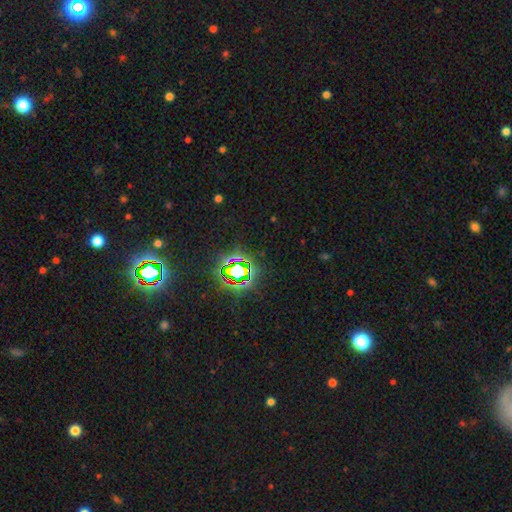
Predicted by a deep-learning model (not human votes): A star or artifact, not a galaxy (81%).

Vote fractions:
- Smooth or featured? star or artifact: 81% / smooth: 12% / featured or disk: 8%